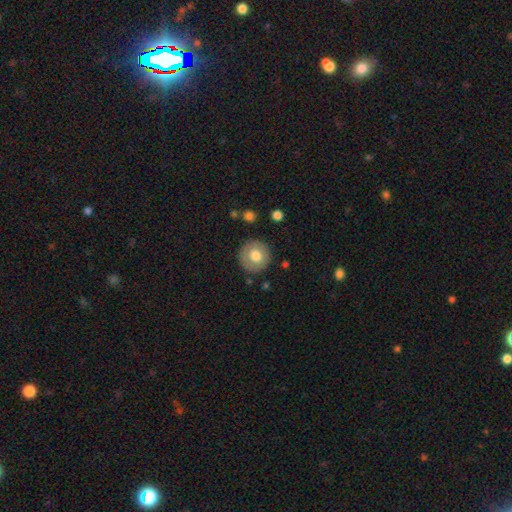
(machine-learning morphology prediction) Smooth or featured? Predicted: smooth (p=0.71). How rounded? Predicted: round (p=0.94). Merging? Predicted: none (p=0.88).